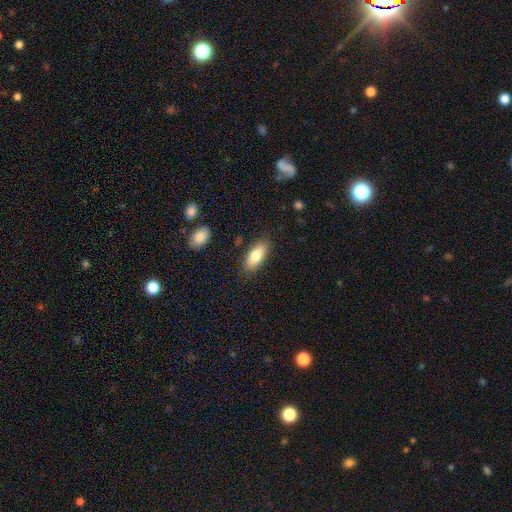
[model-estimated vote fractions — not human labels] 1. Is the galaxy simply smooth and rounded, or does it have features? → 81% smooth, 12% featured or disk, 7% star or artifact.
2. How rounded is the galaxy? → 82% in between, 15% cigar-shaped, 2% round.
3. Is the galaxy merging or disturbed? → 85% none, 11% minor disturbance, 3% major disturbance, 2% merger.